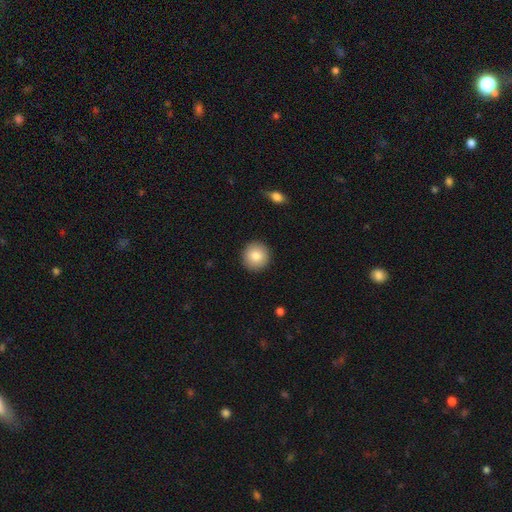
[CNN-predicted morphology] smooth_or_featured: smooth (p=0.84) [alt: featured or disk p=0.08]
how_rounded: round (p=0.94) [alt: in between p=0.05]
merging: none (p=0.92) [alt: minor disturbance p=0.05]